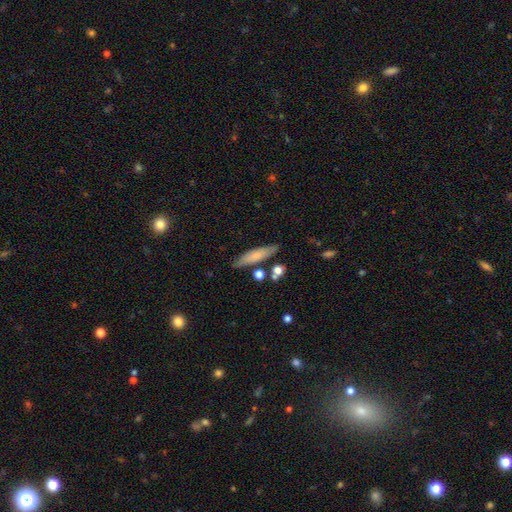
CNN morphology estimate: Overall: smooth (66%; featured or disk 27%). How rounded: cigar-shaped (77%). Merging: none (78%).